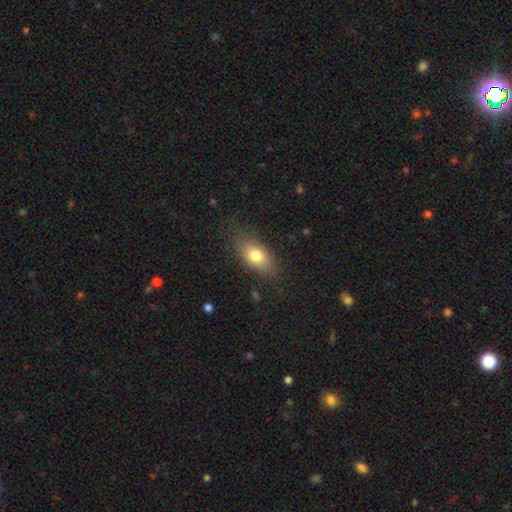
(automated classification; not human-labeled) This appears to be a smooth galaxy with no disk features (77%) that is in between round and cigar-shaped (83%). Merging: none (76%).